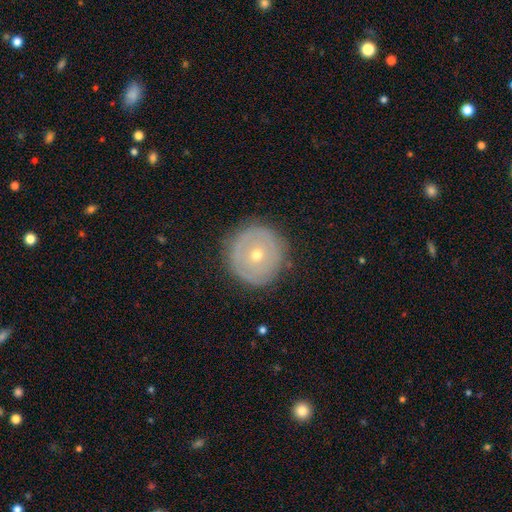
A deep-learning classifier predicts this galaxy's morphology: Overall: featured or disk (48%; smooth 44%). Merging: none (86%).